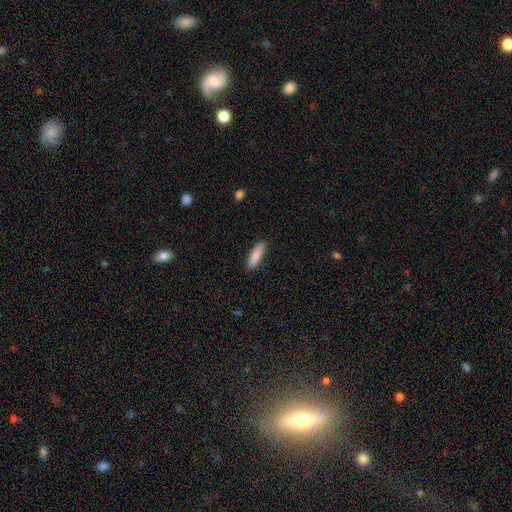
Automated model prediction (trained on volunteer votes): smooth_or_featured: smooth (p=0.85) [alt: featured or disk p=0.09]
how_rounded: cigar-shaped (p=0.65) [alt: in between p=0.34]
merging: none (p=0.90) [alt: minor disturbance p=0.07]